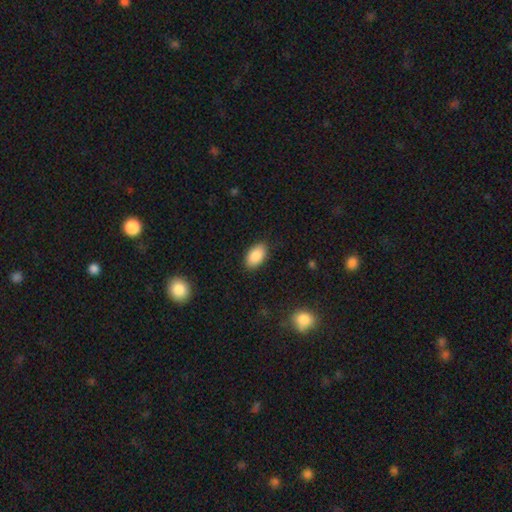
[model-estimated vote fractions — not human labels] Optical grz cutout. It shows a smooth galaxy with no disk features (88%) that is in between round and cigar-shaped (94%). Merging: none (86%).